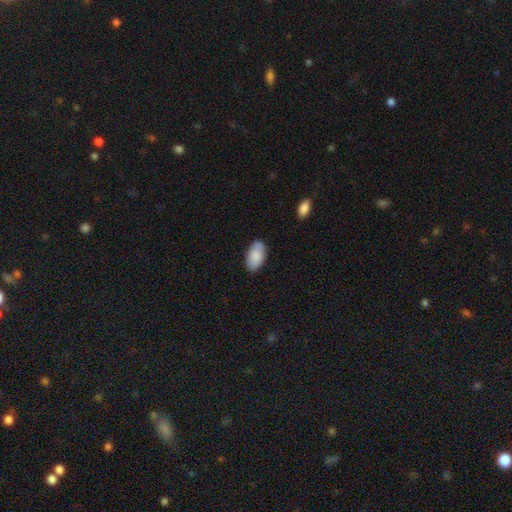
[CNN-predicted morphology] This appears to be a smooth galaxy with no disk features (86%) that is in between round and cigar-shaped (95%). Merging: none (84%).